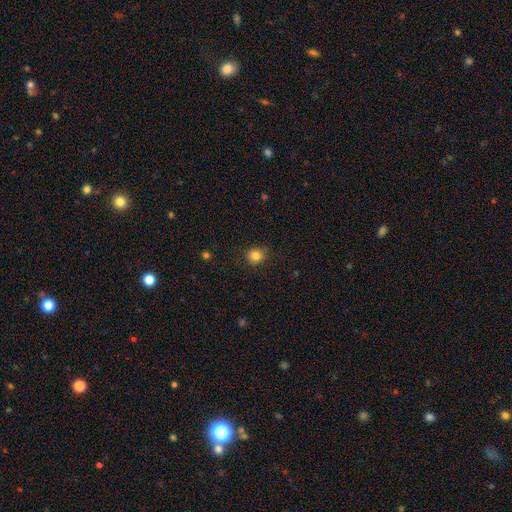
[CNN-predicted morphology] Smooth or featured?
  - smooth: 83% *
  - star or artifact: 12%
  - featured or disk: 5%
How rounded?
  - round: 83% *
  - in between: 16%
  - cigar-shaped: 1%
Merging?
  - none: 84% *
  - minor disturbance: 12%
  - major disturbance: 3%
  - merger: 1%